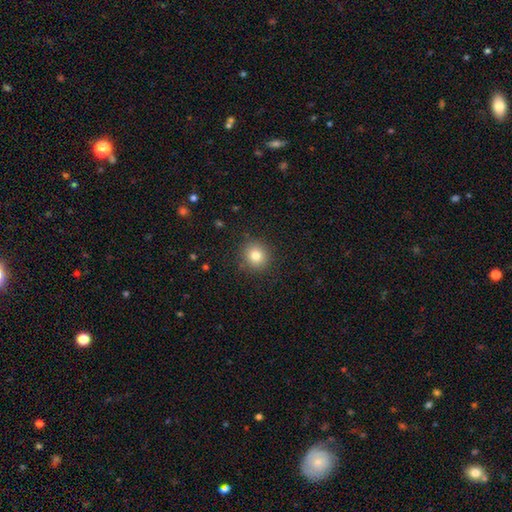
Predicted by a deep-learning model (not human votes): A smooth galaxy with no disk features (81%) that is round (87%).

Vote fractions:
- Smooth or featured? smooth: 81% / star or artifact: 11% / featured or disk: 7%
- How rounded? round: 87% / in between: 12% / cigar-shaped: 1%
- Merging? none: 88% / minor disturbance: 8% / major disturbance: 3% / merger: 1%